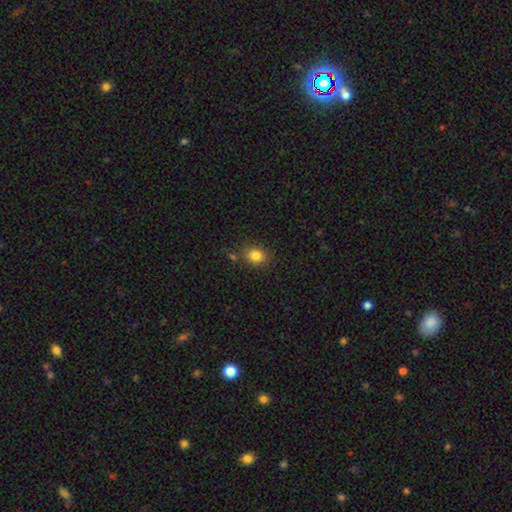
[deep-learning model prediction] Smooth or featured?
  - smooth: 82% *
  - star or artifact: 12%
  - featured or disk: 6%
How rounded?
  - round: 63% *
  - in between: 36%
  - cigar-shaped: 1%
Merging?
  - none: 78% *
  - minor disturbance: 12%
  - merger: 7%
  - major disturbance: 3%